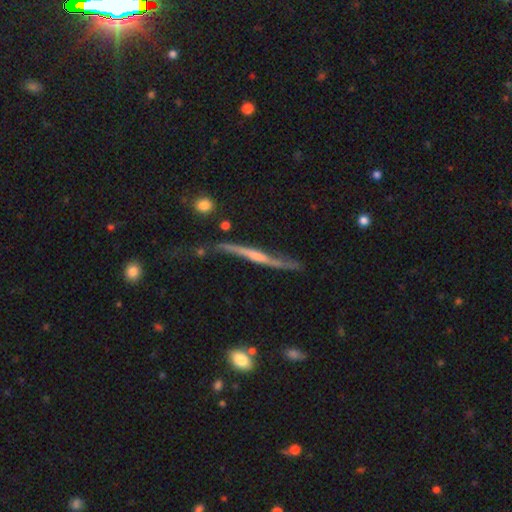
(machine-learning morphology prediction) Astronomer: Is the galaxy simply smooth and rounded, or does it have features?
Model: featured or disk — 76%.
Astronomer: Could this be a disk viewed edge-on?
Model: yes — 80%.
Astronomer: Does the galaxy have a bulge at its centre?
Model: none — 41% (runner-up: rounded, 39%).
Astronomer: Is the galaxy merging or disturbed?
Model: none — 52% (runner-up: minor disturbance, 28%).